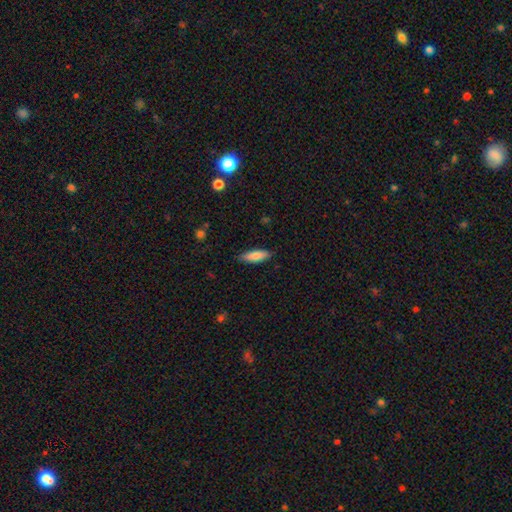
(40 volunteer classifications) Morphology: type=smooth (90%); roundness=in between (50%, tied with cigar-shaped); merging=none (74%).